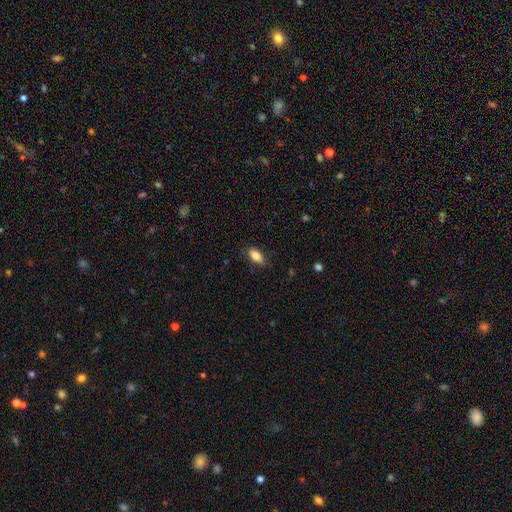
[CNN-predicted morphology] type=smooth (83%); roundness=in between (88%); merging=none (83%).